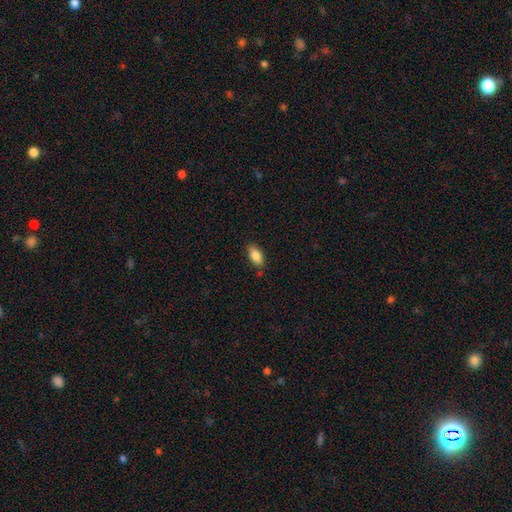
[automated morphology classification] Smooth or featured? smooth (83%)
How rounded? in between (89%)
Merging? none (83%)